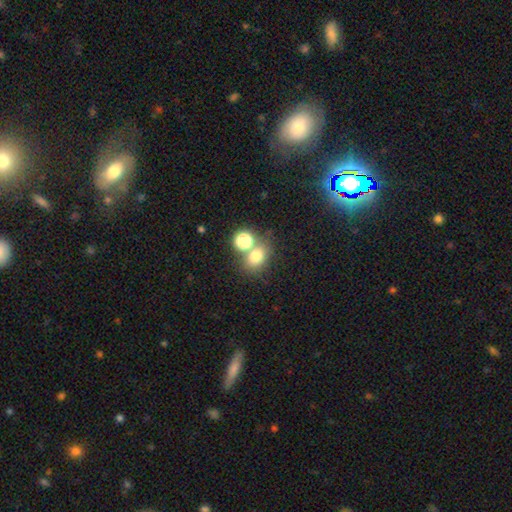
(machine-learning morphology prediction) Smooth or featured? Predicted: smooth (p=0.73). How rounded? Predicted: round (p=0.59). Merging? Predicted: none (p=0.58).